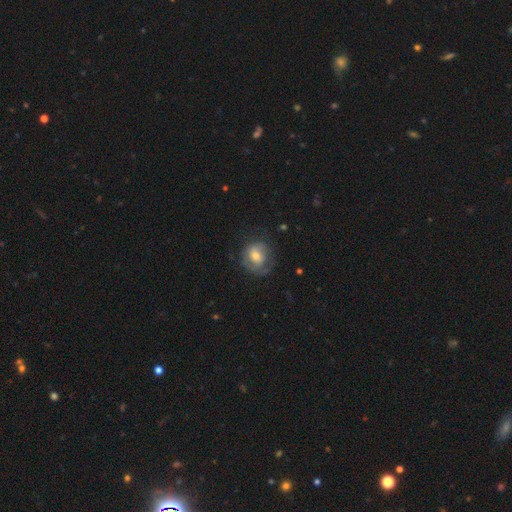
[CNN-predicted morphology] Overall: featured or disk (49%; smooth 44%). Merging: none (58%; minor disturbance 24%).